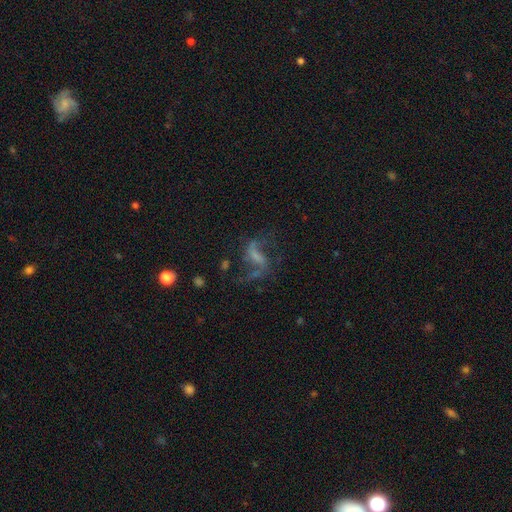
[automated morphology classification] Overall: featured or disk (73%). Edge-on disk: no (95%). Bar: strong (40%; weak 39%). Spiral arms: yes (88%). Spiral arm count: 2 (86%). Spiral winding: loose (73%). Bulge size: none (50%; small 29%). Merging: none (58%; major disturbance 22%).